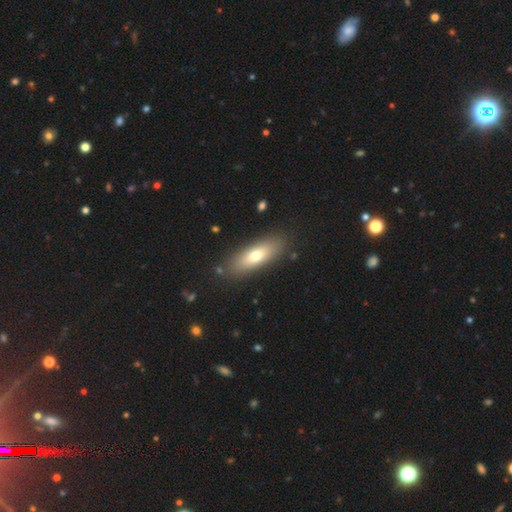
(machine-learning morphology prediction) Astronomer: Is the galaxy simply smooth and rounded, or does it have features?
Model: smooth — 68%.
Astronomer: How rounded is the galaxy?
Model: in between — 59% (runner-up: cigar-shaped, 39%).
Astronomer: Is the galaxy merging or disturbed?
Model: none — 86%.